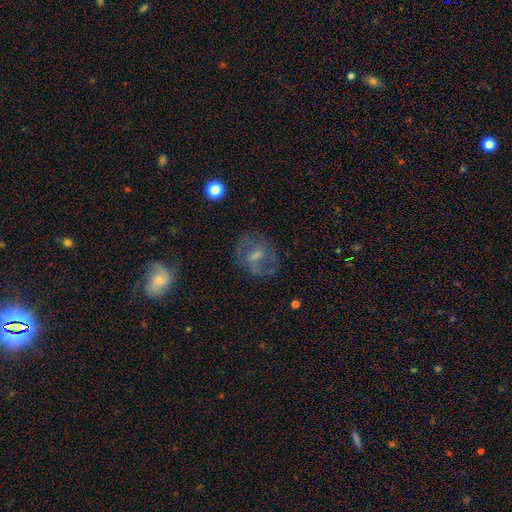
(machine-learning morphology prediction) Smooth or featured: featured or disk — 57% (smooth — 30%)
Edge-on disk: no — 96% (yes — 4%)
Bar: weak — 48% (no — 36%)
Spiral arms: yes — 65% (no — 35%)
Bulge size: small — 45% (moderate — 38%)
Merging: none — 67% (minor disturbance — 17%)